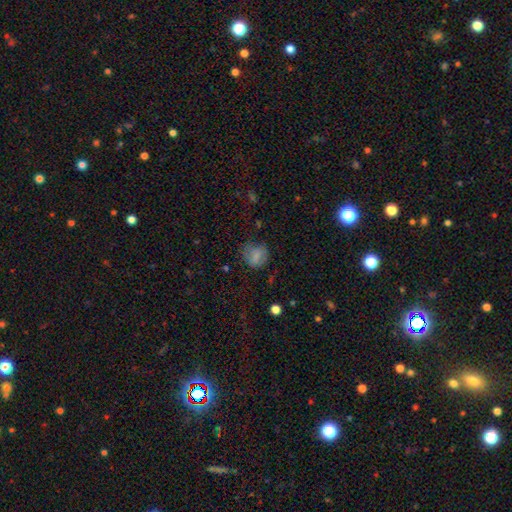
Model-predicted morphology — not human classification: smooth_or_featured: smooth (p=0.73) [alt: featured or disk p=0.16]
how_rounded: round (p=0.64) [alt: in between p=0.34]
merging: none (p=0.58) [alt: minor disturbance p=0.26]